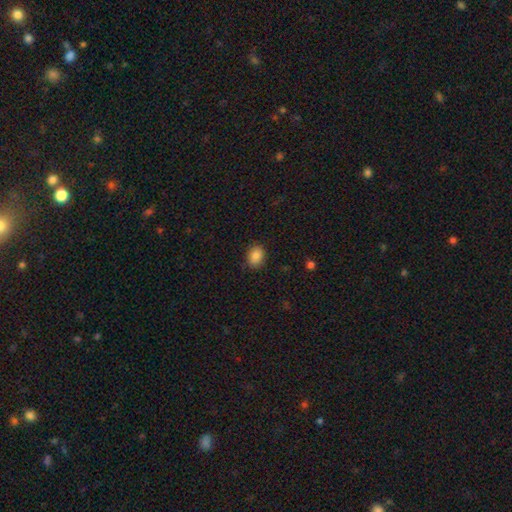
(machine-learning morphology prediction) This appears to be a smooth galaxy with no disk features (86%) that is in between round and cigar-shaped (66%). Merging: none (85%).